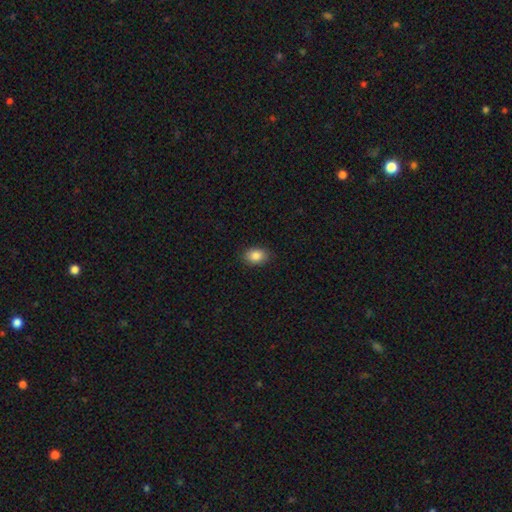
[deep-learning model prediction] Morphology: type=smooth (86%); roundness=in between (75%); merging=none (88%).